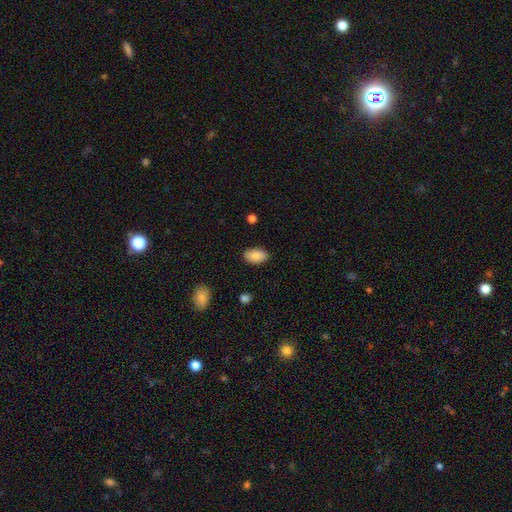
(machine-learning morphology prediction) Smooth or featured? smooth (87%)
How rounded? in between (94%)
Merging? none (86%)